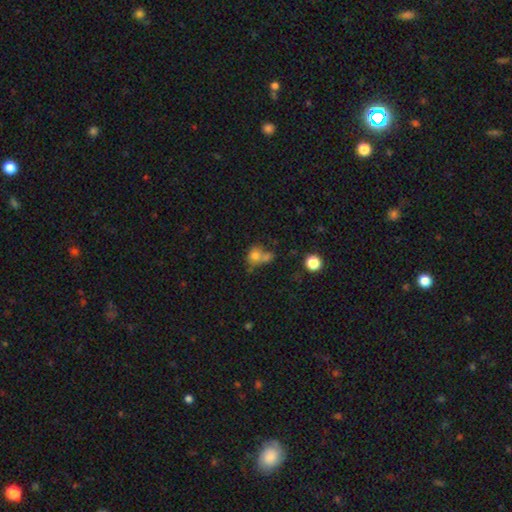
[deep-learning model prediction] A smooth galaxy with no disk features (72%) that is round (61%).

Vote fractions:
- Smooth or featured? smooth: 72% / featured or disk: 14% / star or artifact: 14%
- How rounded? round: 61% / in between: 37% / cigar-shaped: 2%
- Merging? merger: 44% / none: 33% / minor disturbance: 13% / major disturbance: 10%